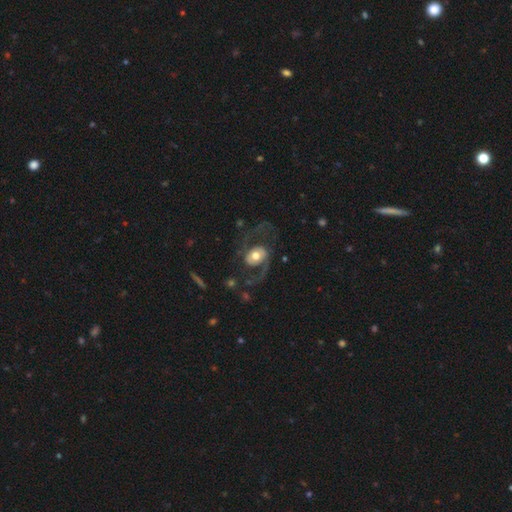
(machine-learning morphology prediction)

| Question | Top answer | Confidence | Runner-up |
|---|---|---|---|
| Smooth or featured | featured or disk | 80% | smooth (15%) |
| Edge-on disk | no | 97% | yes (3%) |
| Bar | no | 60% | weak (27%) |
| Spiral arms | yes | 87% | no (13%) |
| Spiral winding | loose | 51% | medium (41%) |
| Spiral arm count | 2 | 91% | 1 (3%) |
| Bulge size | moderate | 63% | large (26%) |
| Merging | none | 63% | major disturbance (22%) |